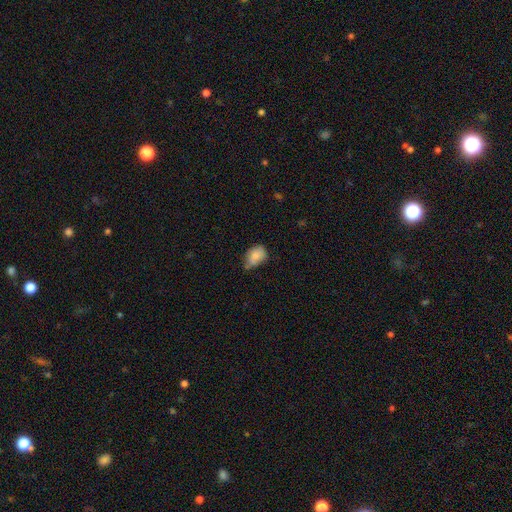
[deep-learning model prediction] Q: Smooth or featured?
A: smooth (81%); runner-up: featured or disk (11%)
Q: How rounded?
A: in between (81%); runner-up: round (17%)
Q: Merging?
A: minor disturbance (44%); runner-up: none (41%)